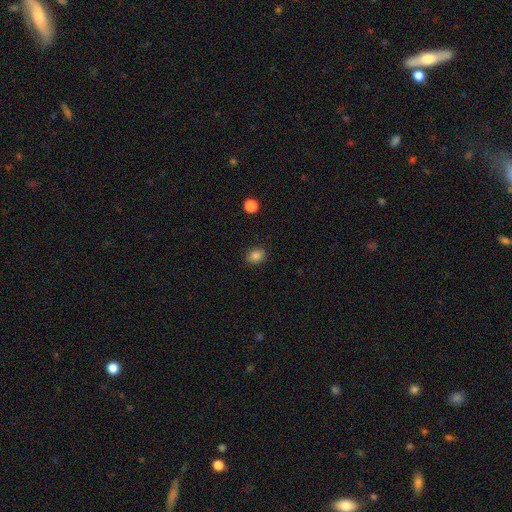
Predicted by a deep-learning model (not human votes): Morphology: type=smooth (84%); roundness=in between (54%); merging=none (88%).